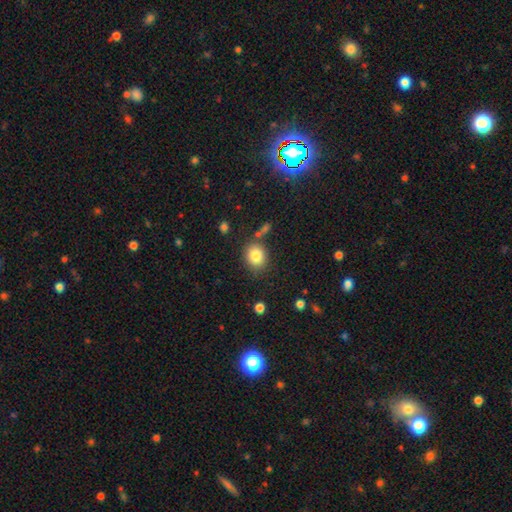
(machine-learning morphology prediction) type=smooth (83%); roundness=round (65%); merging=none (77%).